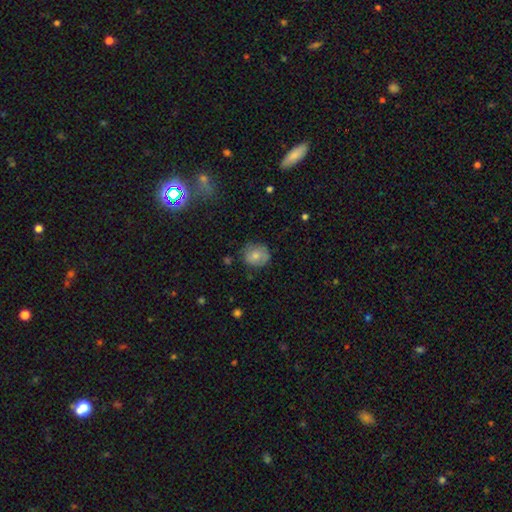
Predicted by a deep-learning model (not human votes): Morphology: type=smooth (69%); roundness=round (78%); merging=none (71%).